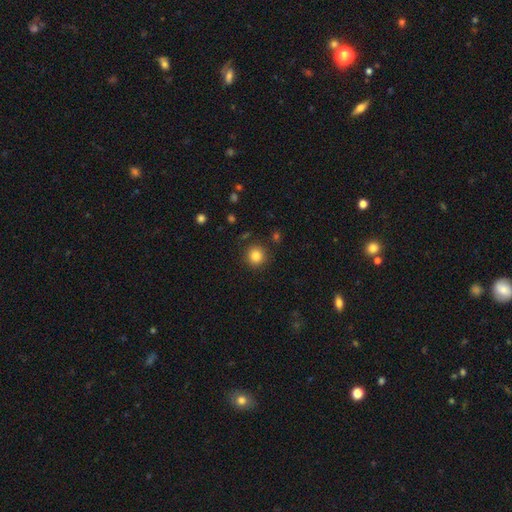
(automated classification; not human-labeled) smooth_or_featured: smooth (p=0.85) [alt: star or artifact p=0.11]
how_rounded: round (p=0.92) [alt: in between p=0.07]
merging: none (p=0.88) [alt: minor disturbance p=0.07]